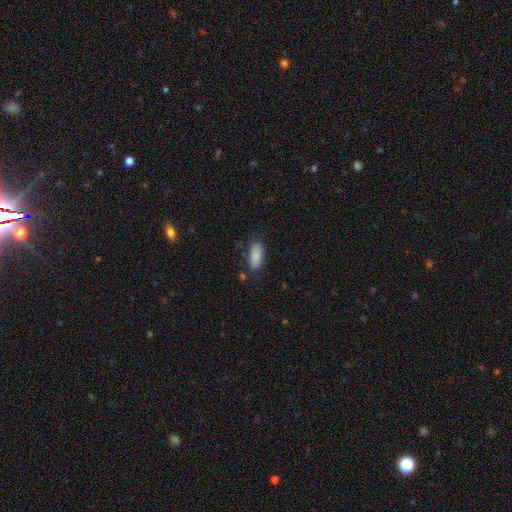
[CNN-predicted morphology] Q: Smooth or featured?
A: smooth (86%); runner-up: featured or disk (8%)
Q: How rounded?
A: in between (89%); runner-up: cigar-shaped (9%)
Q: Merging?
A: none (75%); runner-up: minor disturbance (17%)